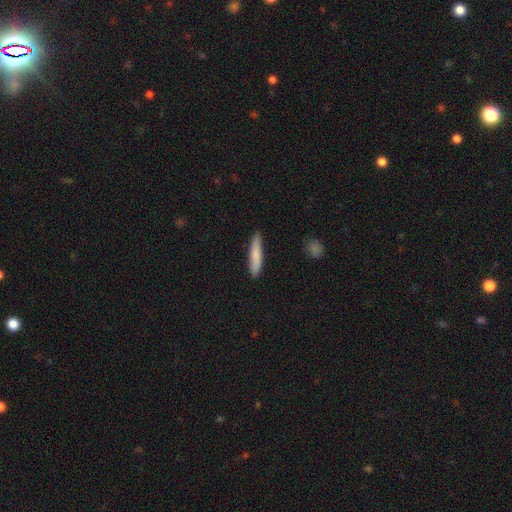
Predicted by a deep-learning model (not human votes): This appears to be a smooth galaxy with no disk features (79%) that is cigar-shaped (88%). Merging: none (86%).